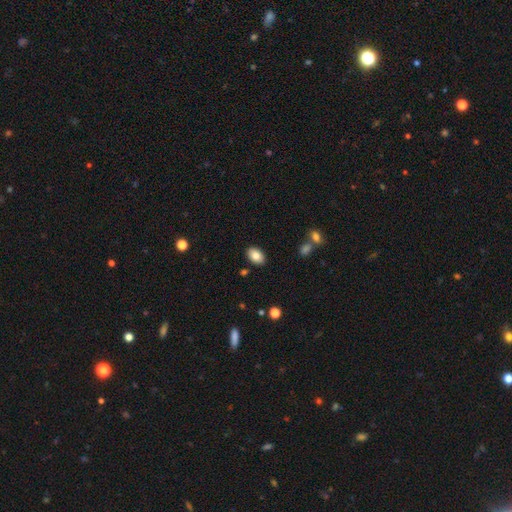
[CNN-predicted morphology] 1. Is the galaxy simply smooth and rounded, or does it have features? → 84% smooth, 8% featured or disk, 8% star or artifact.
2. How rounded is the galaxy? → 88% in between, 11% round, 1% cigar-shaped.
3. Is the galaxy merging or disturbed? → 87% none, 9% minor disturbance, 2% major disturbance, 2% merger.